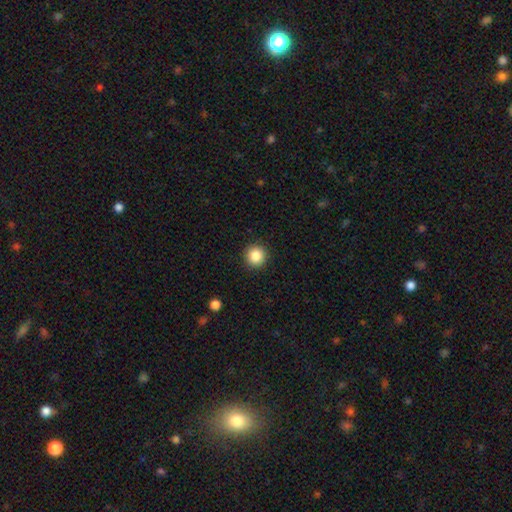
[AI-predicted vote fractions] A smooth galaxy with no disk features (86%) that is round (95%).

Vote fractions:
- Smooth or featured? smooth: 86% / star or artifact: 10% / featured or disk: 4%
- How rounded? round: 95% / in between: 5% / cigar-shaped: 1%
- Merging? none: 92% / minor disturbance: 5% / major disturbance: 2% / merger: 1%